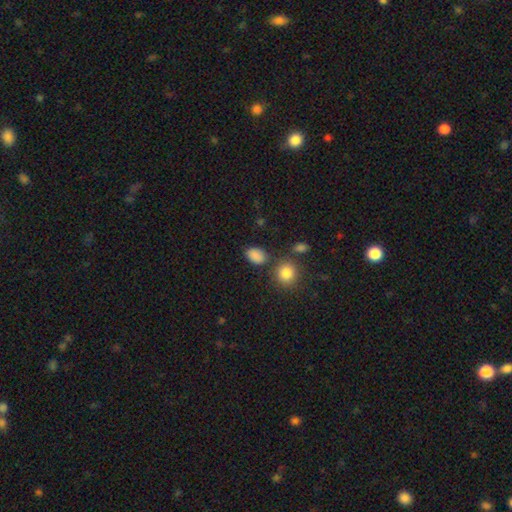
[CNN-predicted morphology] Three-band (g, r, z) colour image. It shows a smooth galaxy with no disk features (86%) that is in between round and cigar-shaped (76%). Merging: none (76%).